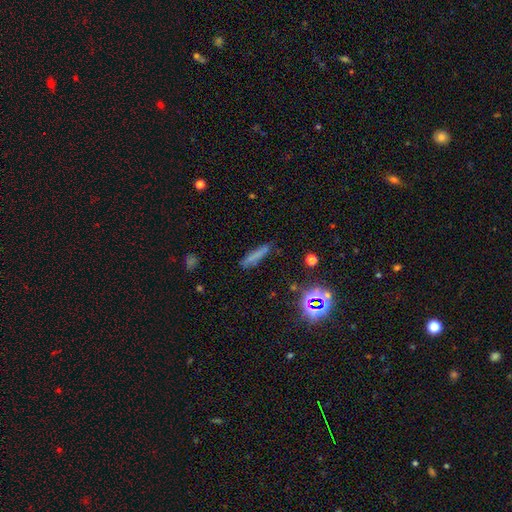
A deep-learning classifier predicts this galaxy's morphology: Smooth or featured?
  - smooth: 65% *
  - featured or disk: 18%
  - star or artifact: 17%
How rounded?
  - cigar-shaped: 87% *
  - in between: 11%
  - round: 3%
Merging?
  - none: 75% *
  - minor disturbance: 17%
  - major disturbance: 5%
  - merger: 3%